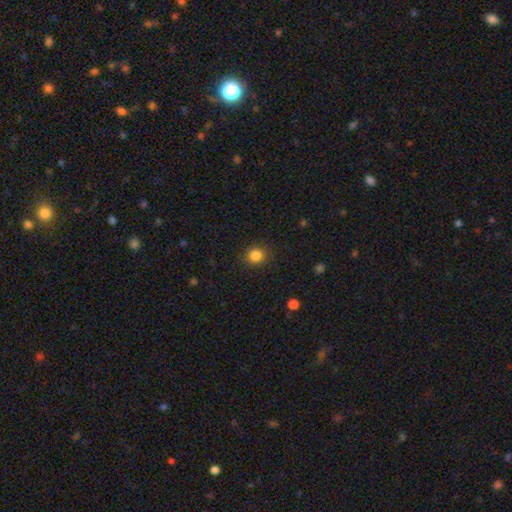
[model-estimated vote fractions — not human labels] The model was most divided on "how rounded": round: 81%, in between: 18%, cigar-shaped: 1%. More confident: merging — none (88%); smooth or featured — smooth (85%).